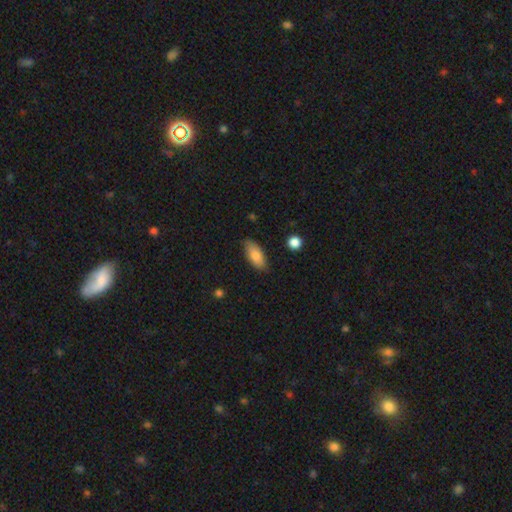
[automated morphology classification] Smooth or featured: smooth — 84% (featured or disk — 10%)
How rounded: in between — 83% (cigar-shaped — 15%)
Merging: none — 81% (minor disturbance — 15%)